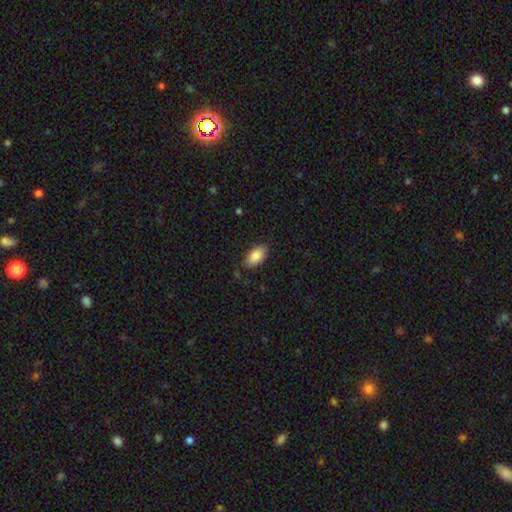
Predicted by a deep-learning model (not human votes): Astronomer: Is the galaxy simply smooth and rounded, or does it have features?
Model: smooth — 87%.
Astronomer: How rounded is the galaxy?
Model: in between — 93%.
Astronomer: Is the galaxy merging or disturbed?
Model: none — 83%.